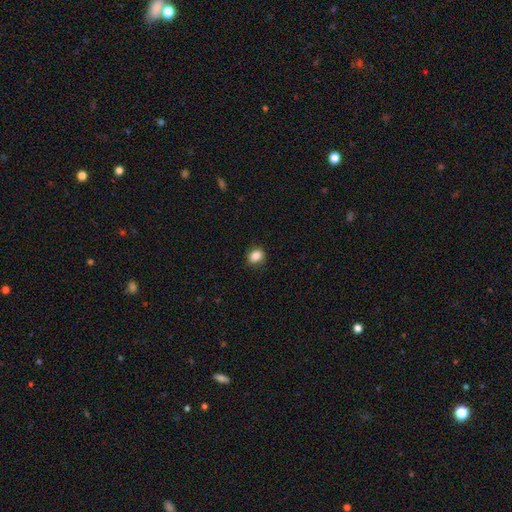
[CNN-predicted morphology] smooth_or_featured: smooth (p=0.84) [alt: star or artifact p=0.09]
how_rounded: in between (p=0.49) [tied with: round p=0.49]
merging: none (p=0.85) [alt: minor disturbance p=0.11]